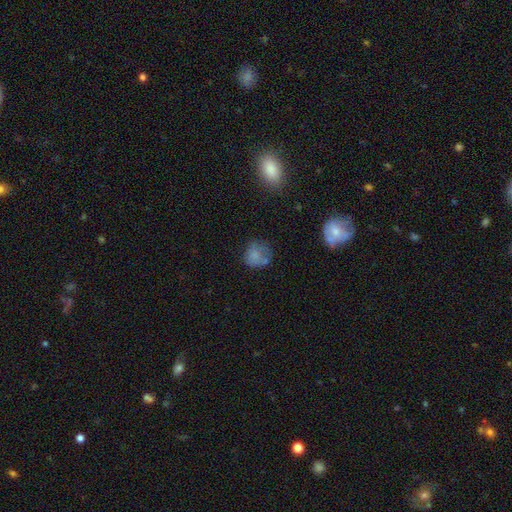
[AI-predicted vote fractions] smooth 68%, featured or disk 20%, star or artifact 13%. Down the decision tree: how rounded — round (76%); merging — none (51%).